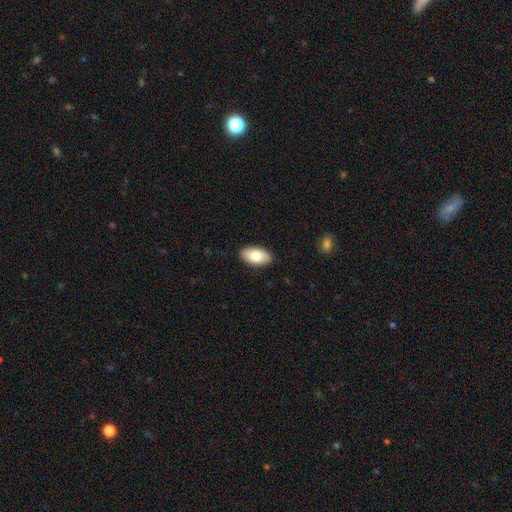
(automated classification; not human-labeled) Smooth or featured?
  - smooth: 79% *
  - featured or disk: 15%
  - star or artifact: 6%
How rounded?
  - in between: 95% *
  - round: 3%
  - cigar-shaped: 2%
Merging?
  - none: 89% *
  - minor disturbance: 8%
  - major disturbance: 2%
  - merger: 1%